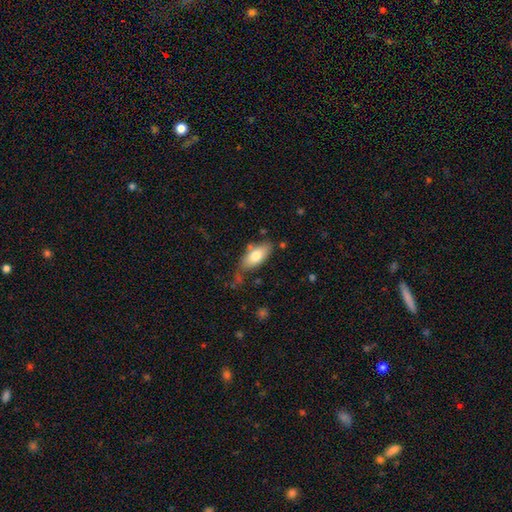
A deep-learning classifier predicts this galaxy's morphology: The model was most divided on "merging": none: 68%, minor disturbance: 21%, merger: 6%, major disturbance: 5%. More confident: how rounded — in between (87%); smooth or featured — smooth (76%).